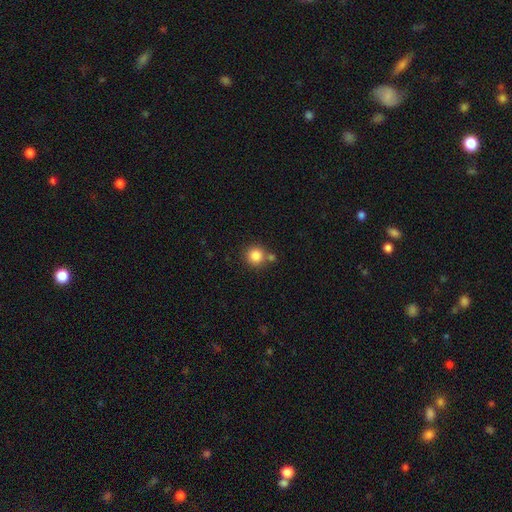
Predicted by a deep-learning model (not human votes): Overall: smooth (84%). How rounded: round (93%). Merging: none (68%).